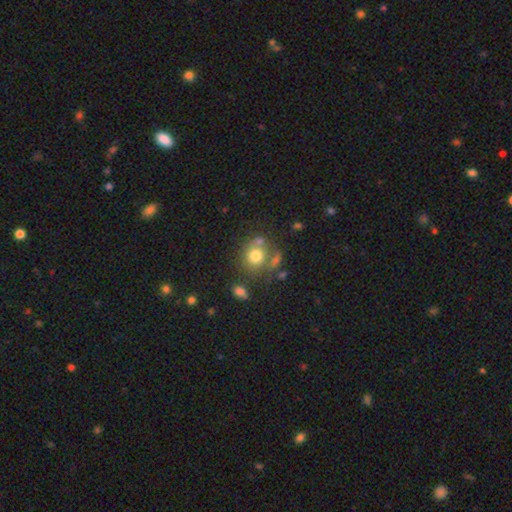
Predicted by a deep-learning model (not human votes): smooth-or-featured: smooth: 73% | featured or disk: 15% | star or artifact: 12%
  how-rounded: round: 80% | in between: 19% | cigar-shaped: 1%
  merging: none: 56% | merger: 20% | minor disturbance: 15% | major disturbance: 8%